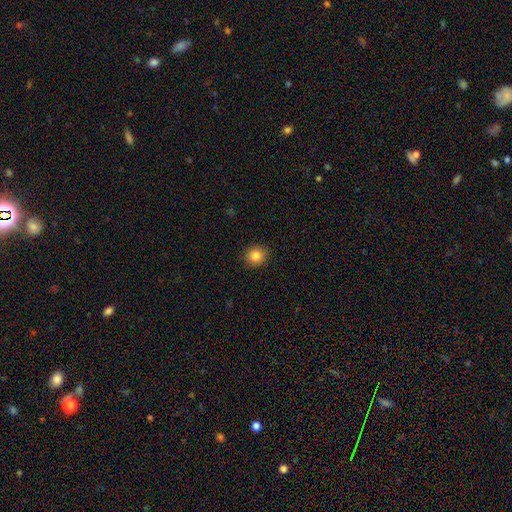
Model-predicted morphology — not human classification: Smooth or featured?
  - smooth: 84% *
  - star or artifact: 10%
  - featured or disk: 6%
How rounded?
  - round: 80% *
  - in between: 19%
  - cigar-shaped: 1%
Merging?
  - none: 91% *
  - minor disturbance: 7%
  - major disturbance: 2%
  - merger: 1%